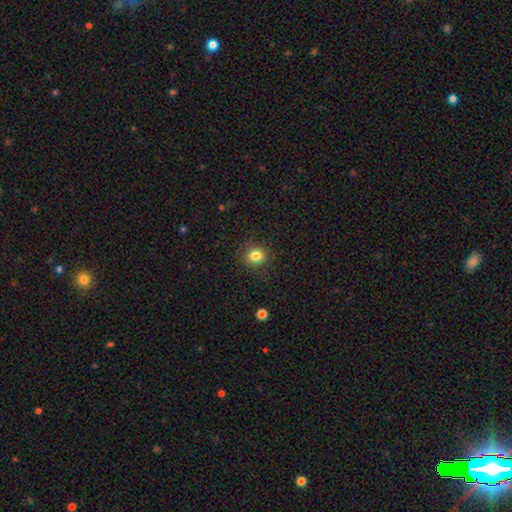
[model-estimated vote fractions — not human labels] Smooth or featured? Predicted: smooth (p=0.82). How rounded? Predicted: round (p=0.76). Merging? Predicted: none (p=0.87).